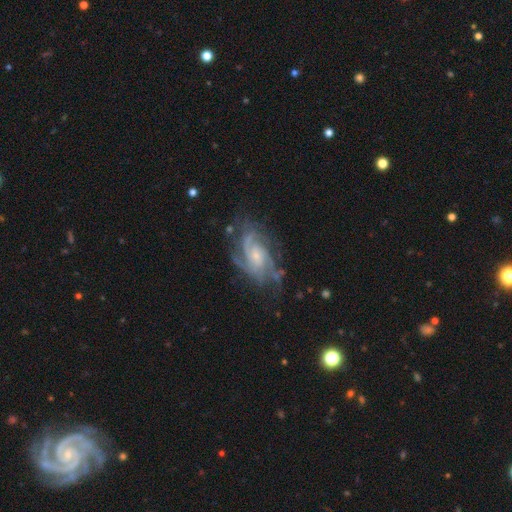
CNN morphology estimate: Smooth or featured: featured or disk — 87% (smooth — 8%)
Edge-on disk: no — 97% (yes — 3%)
Bar: no — 63% (weak — 31%)
Spiral arms: yes — 95% (no — 5%)
Spiral winding: tight — 47% (medium — 42%)
Spiral arm count: 2 — 31% (can't tell — 25%)
Bulge size: small — 64% (moderate — 27%)
Merging: none — 64% (minor disturbance — 21%)